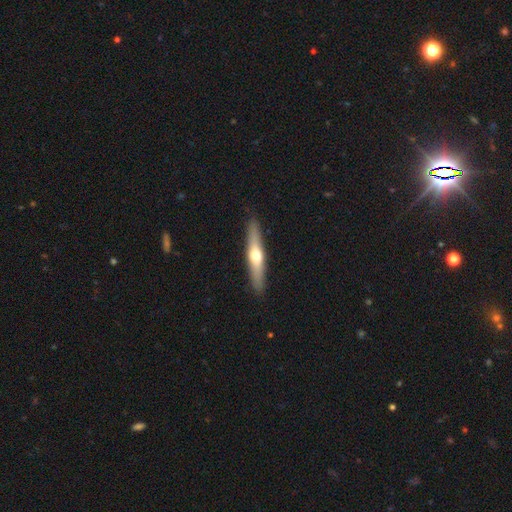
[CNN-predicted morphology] A featured or disk galaxy (50%) viewed edge-on (90%).

Vote fractions:
- Smooth or featured? featured or disk: 50% / smooth: 45% / star or artifact: 5%
- Edge-on disk? yes: 90% / no: 10%
- Merging? none: 90% / minor disturbance: 7% / major disturbance: 2% / merger: 1%